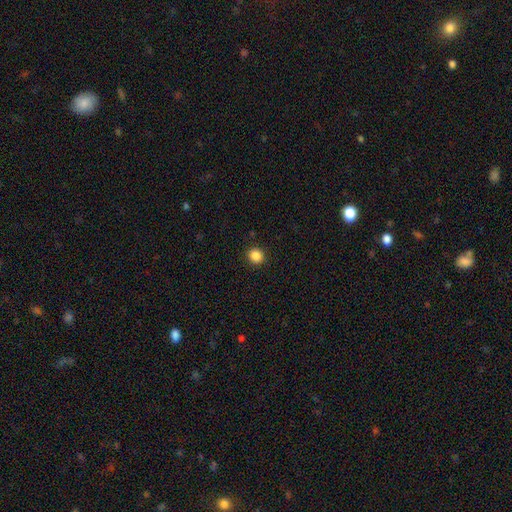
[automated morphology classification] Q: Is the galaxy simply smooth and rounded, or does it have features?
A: smooth — 86%.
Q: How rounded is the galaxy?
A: round — 85%.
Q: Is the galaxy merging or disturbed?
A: none — 92%.